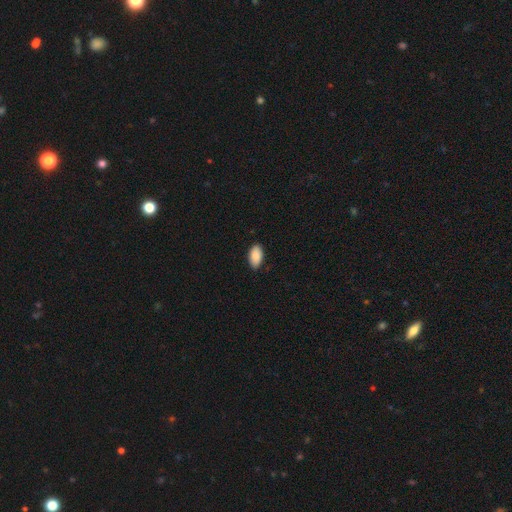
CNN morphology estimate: Smooth or featured? smooth (89%)
How rounded? in between (95%)
Merging? none (87%)